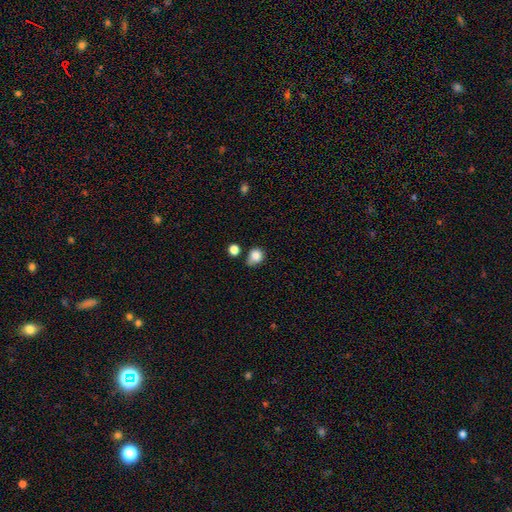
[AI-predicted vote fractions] smooth-or-featured: smooth: 83% | star or artifact: 10% | featured or disk: 6%
  how-rounded: round: 73% | in between: 26% | cigar-shaped: 1%
  merging: none: 51% | minor disturbance: 29% | merger: 11% | major disturbance: 9%